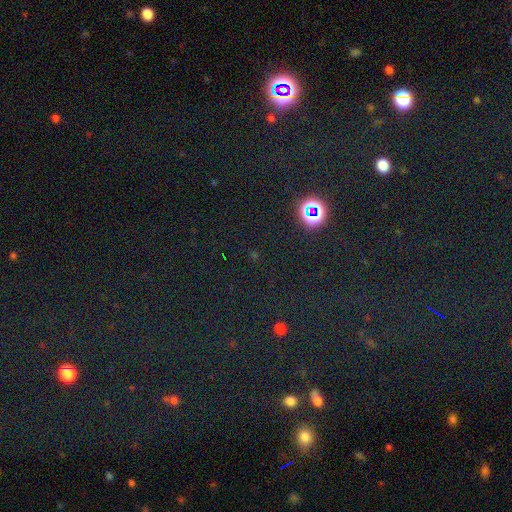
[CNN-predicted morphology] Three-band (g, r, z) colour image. It shows a star or artifact, not a galaxy (74%).